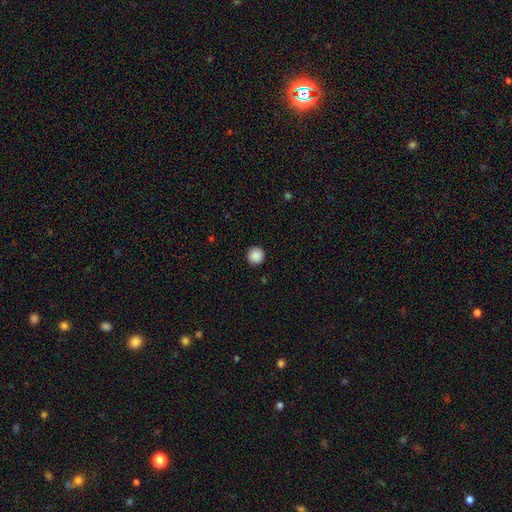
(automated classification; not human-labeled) The model was most divided on "smooth or featured": smooth: 89%, star or artifact: 9%, featured or disk: 2%. More confident: how rounded — round (95%); merging — none (92%).